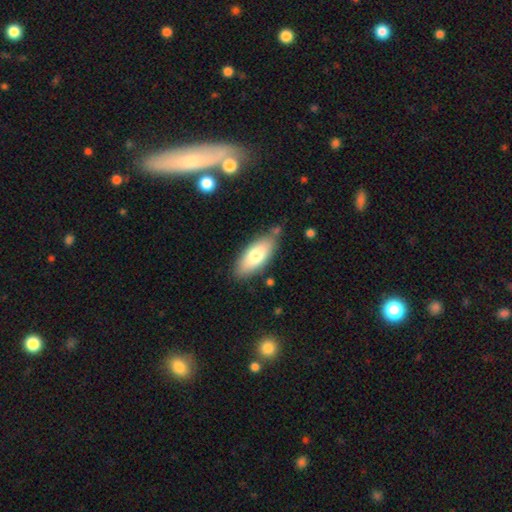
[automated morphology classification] This appears to be a smooth galaxy with no disk features (74%) that is in between round and cigar-shaped (78%). Merging: none (77%).